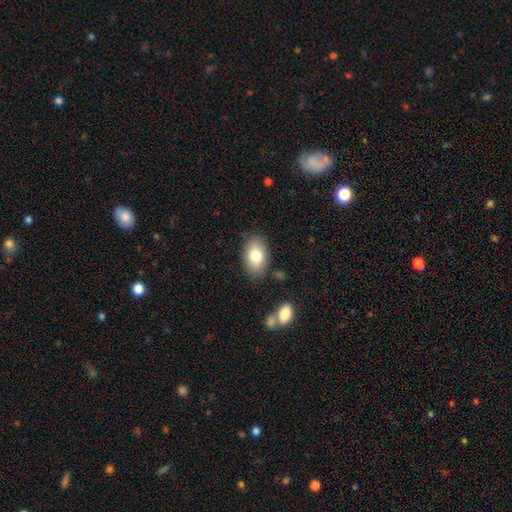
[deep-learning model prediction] Smooth or featured? smooth (81%)
How rounded? in between (88%)
Merging? none (83%)